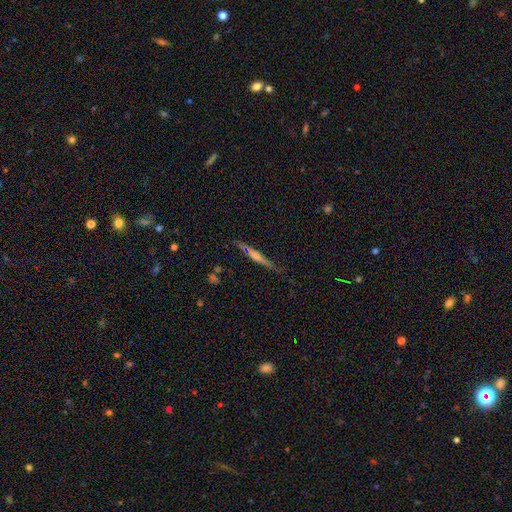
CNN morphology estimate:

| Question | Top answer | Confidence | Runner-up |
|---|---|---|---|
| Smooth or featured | featured or disk | 60% | smooth (31%) |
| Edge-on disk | yes | 96% | no (4%) |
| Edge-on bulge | rounded | 55% | none (24%) |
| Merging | none | 77% | minor disturbance (16%) |